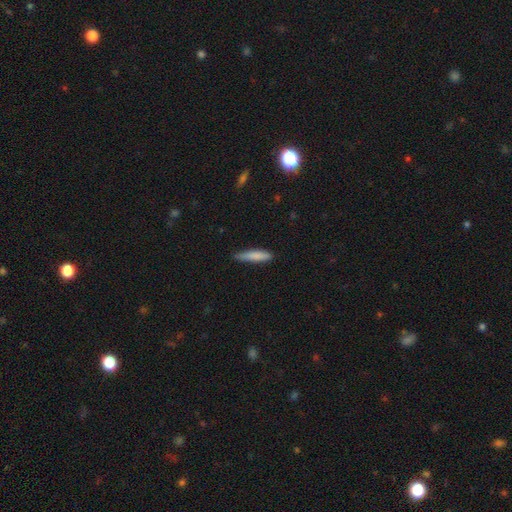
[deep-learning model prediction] smooth-or-featured: smooth: 82% | featured or disk: 12% | star or artifact: 6%
  how-rounded: cigar-shaped: 84% | in between: 15% | round: 1%
  merging: none: 76% | minor disturbance: 20% | major disturbance: 3% | merger: 1%